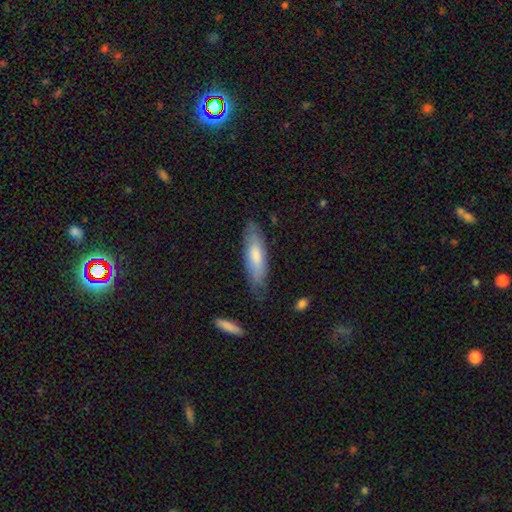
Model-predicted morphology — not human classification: Smooth or featured? smooth (67%)
How rounded? cigar-shaped (58%)
Merging? none (74%)